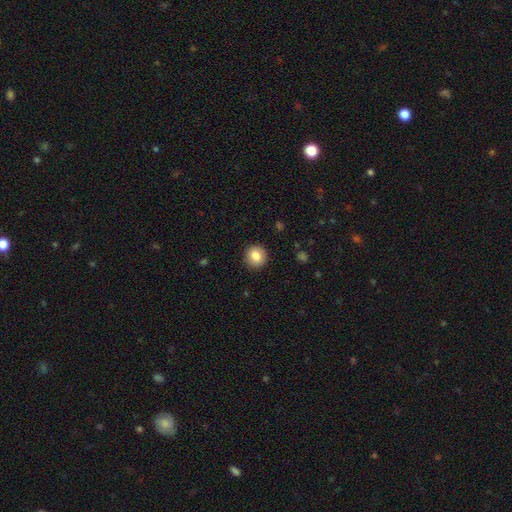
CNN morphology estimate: This is clearly a smooth galaxy (84%). How rounded: clearly round (90%). Merging: clearly none (91%).